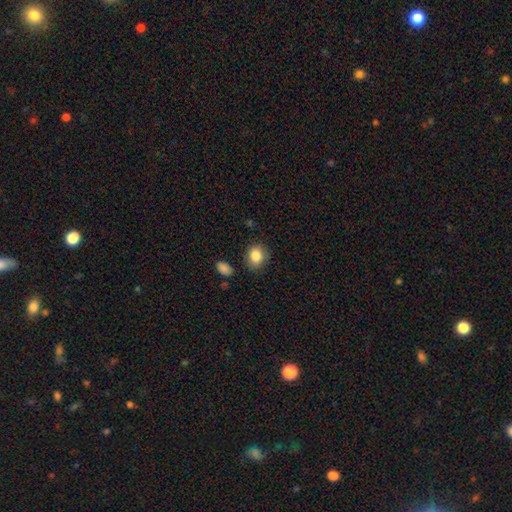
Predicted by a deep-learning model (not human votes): This appears to be a smooth galaxy with no disk features (85%) that is round (60%). Merging: none (80%).